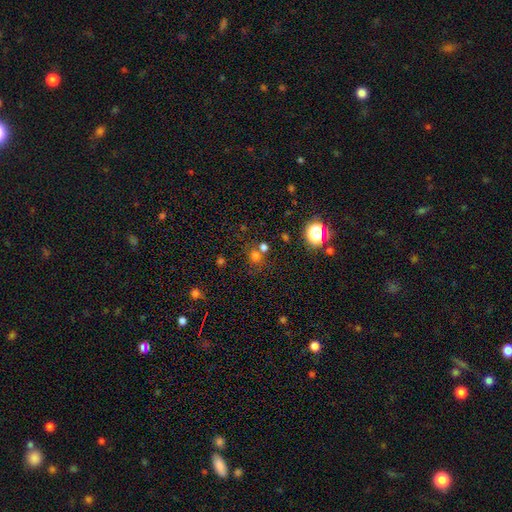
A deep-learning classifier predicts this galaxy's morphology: smooth-or-featured: smooth: 64% | star or artifact: 27% | featured or disk: 8%
  how-rounded: round: 82% | in between: 17% | cigar-shaped: 1%
  merging: none: 62% | merger: 25% | minor disturbance: 9% | major disturbance: 4%